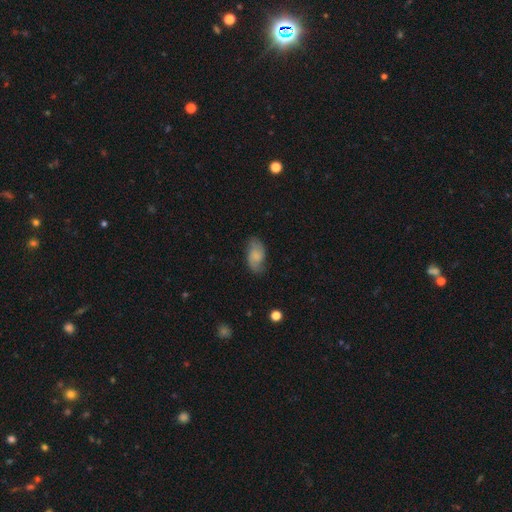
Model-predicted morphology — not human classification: The model was most divided on "smooth or featured": smooth: 49%, featured or disk: 42%, star or artifact: 8%. More confident: merging — none (69%).